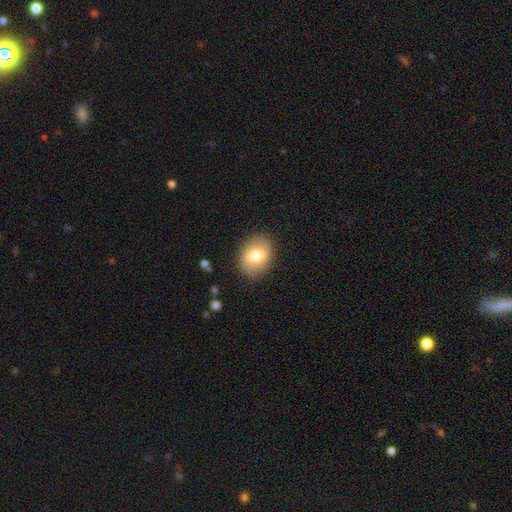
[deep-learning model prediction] Morphology: type=smooth (66%); roundness=in between (62%); merging=none (86%).